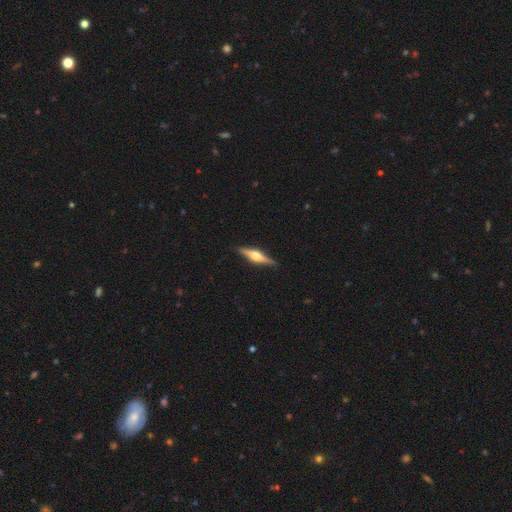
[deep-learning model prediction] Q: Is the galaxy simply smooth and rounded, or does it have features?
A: featured or disk — 72%.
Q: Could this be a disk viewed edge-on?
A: yes — 98%.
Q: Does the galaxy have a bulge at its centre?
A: rounded — 91%.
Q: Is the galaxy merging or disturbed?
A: none — 90%.